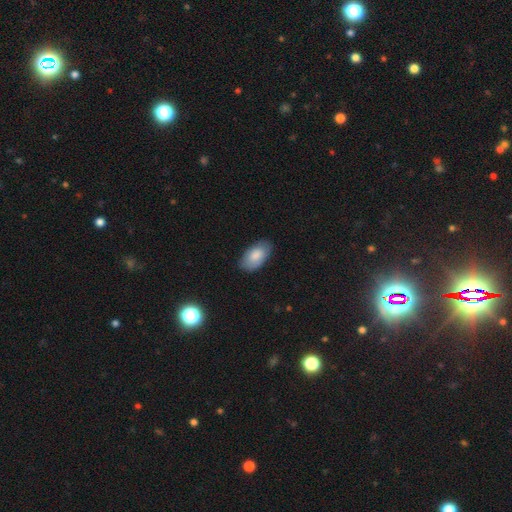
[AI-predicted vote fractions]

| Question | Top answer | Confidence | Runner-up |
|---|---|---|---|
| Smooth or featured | smooth | 83% | featured or disk (11%) |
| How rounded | in between | 95% | round (3%) |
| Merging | none | 81% | minor disturbance (15%) |